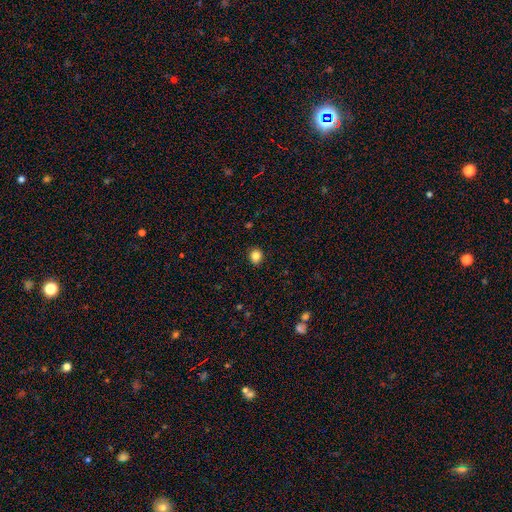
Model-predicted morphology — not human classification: Smooth or featured: smooth — 84% (star or artifact — 11%)
How rounded: round — 71% (in between — 28%)
Merging: none — 90% (minor disturbance — 7%)